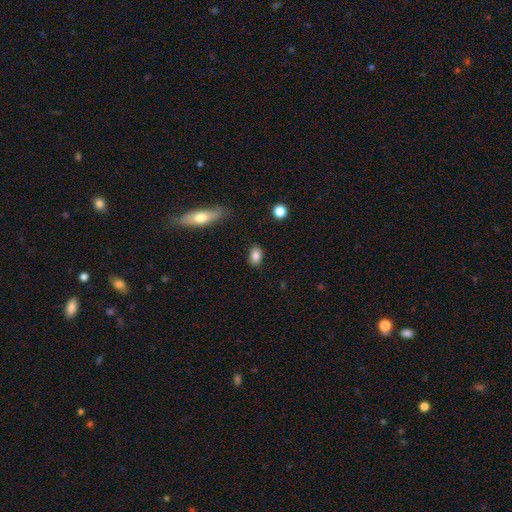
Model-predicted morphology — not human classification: A smooth galaxy with no disk features (84%) that is in between round and cigar-shaped (82%). Merging: none (86%).